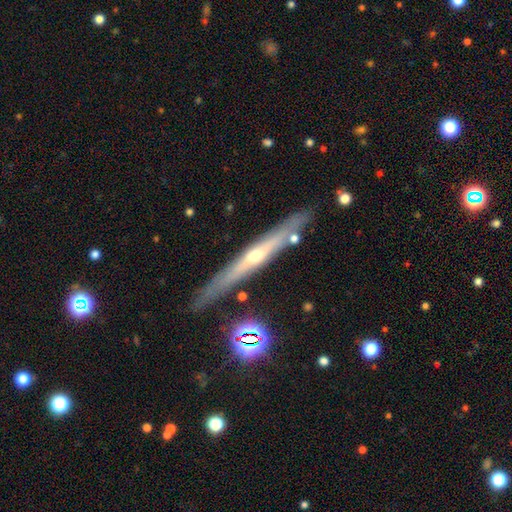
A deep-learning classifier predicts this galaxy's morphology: The model was most divided on "edge-on bulge": rounded: 74%, none: 22%, boxy: 3%. More confident: edge-on disk — yes (94%); merging — none (84%); smooth or featured — featured or disk (74%).